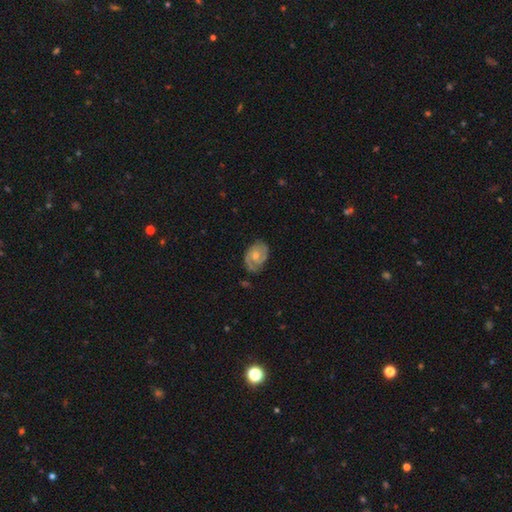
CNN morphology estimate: Smooth or featured: featured or disk — 73% (smooth — 21%)
Edge-on disk: no — 97% (yes — 3%)
Bar: no — 69% (weak — 28%)
Spiral arms: yes — 91% (no — 9%)
Spiral winding: tight — 47% (medium — 40%)
Spiral arm count: 2 — 73% (can't tell — 13%)
Bulge size: moderate — 54% (small — 38%)
Merging: none — 70% (minor disturbance — 22%)